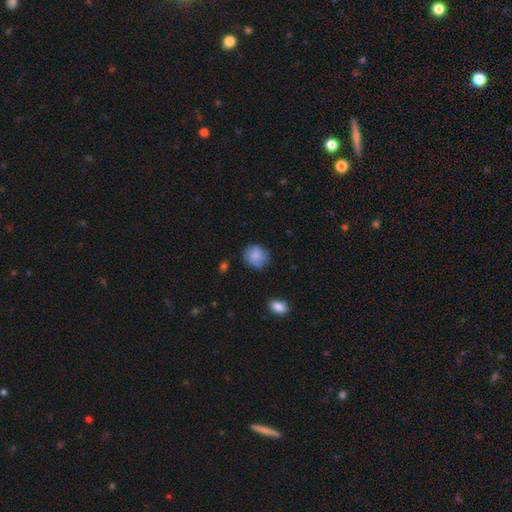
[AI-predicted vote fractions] The model was most divided on "merging": none: 66%, minor disturbance: 24%, major disturbance: 8%, merger: 2%. More confident: how rounded — round (75%); smooth or featured — smooth (74%).